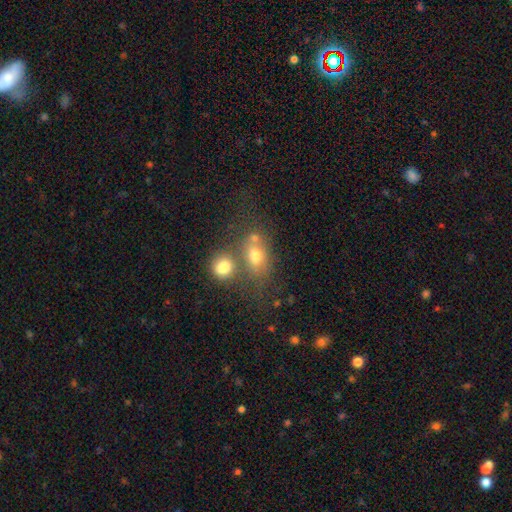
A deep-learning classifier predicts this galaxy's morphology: smooth-or-featured: smooth: 70% | featured or disk: 16% | star or artifact: 14%
  how-rounded: in between: 64% | round: 34% | cigar-shaped: 2%
  merging: none: 43% | merger: 39% | minor disturbance: 12% | major disturbance: 6%